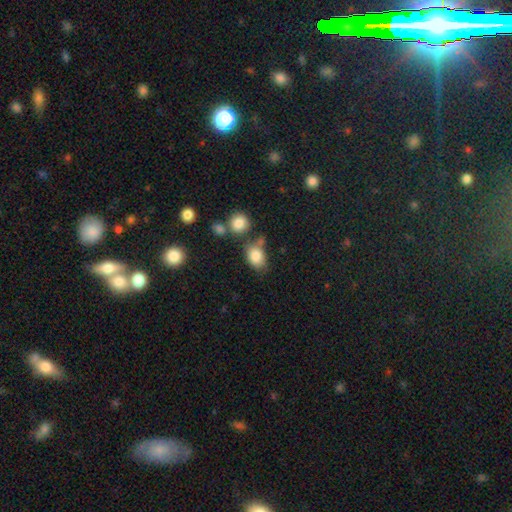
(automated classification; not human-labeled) A smooth galaxy with no disk features (84%) that is in between round and cigar-shaped (72%).

Vote fractions:
- Smooth or featured? smooth: 84% / star or artifact: 9% / featured or disk: 7%
- How rounded? in between: 72% / round: 27% / cigar-shaped: 1%
- Merging? none: 56% / minor disturbance: 19% / merger: 18% / major disturbance: 7%